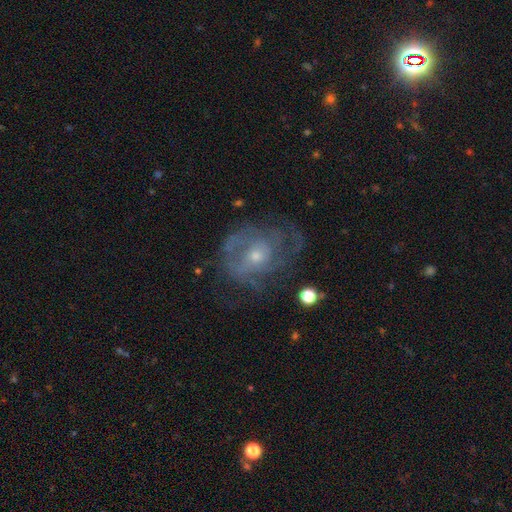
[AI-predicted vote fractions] This is likely a featured or disk galaxy (74%). It is clearly not viewed edge-on (97%). Bar: likely no (77%). Spiral arm pattern: likely yes (73%). Spiral arm count: possibly can't tell (46%). Spiral winding: marginally tight (43%). Central bulge: likely small (61%). Merging: possibly none (53%).